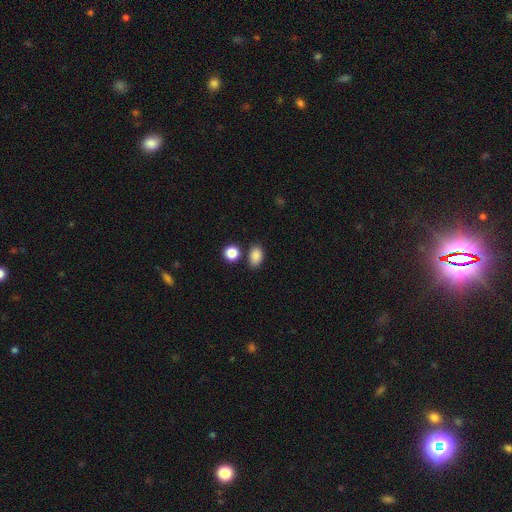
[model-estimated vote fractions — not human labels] The model was most divided on "merging": none: 75%, minor disturbance: 13%, merger: 9%, major disturbance: 3%. More confident: smooth or featured — smooth (87%); how rounded — in between (83%).